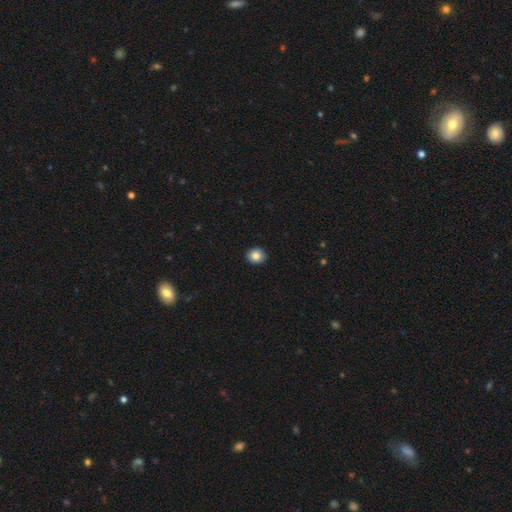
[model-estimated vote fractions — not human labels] Overall: smooth (85%). How rounded: round (74%). Merging: none (91%).